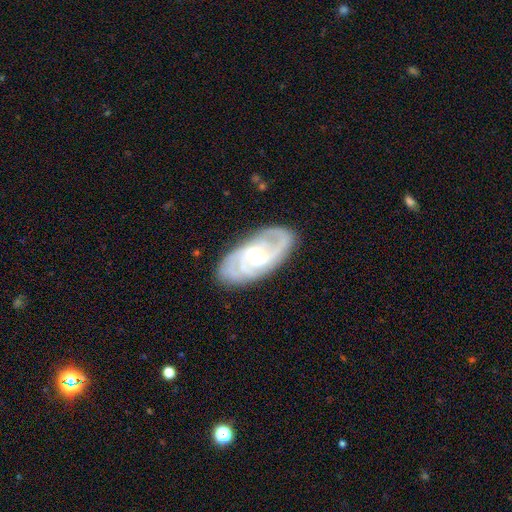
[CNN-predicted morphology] A featured or disk galaxy (88%) with no bar (45%), 3 (33%) tight (50%) spiral arms (97%) and a small central bulge (53%).

Vote fractions:
- Smooth or featured? featured or disk: 88% / smooth: 7% / star or artifact: 5%
- Edge-on disk? no: 95% / yes: 5%
- Bar? no: 45% / weak: 44% / strong: 11%
- Spiral arms? yes: 97% / no: 3%
- Spiral winding? tight: 50% / medium: 40% / loose: 10%
- Spiral arm count? 3: 33% / 2: 27% / can't tell: 18% / 4: 12% / more than 4: 5% / 1: 5%
- Bulge size? small: 53% / moderate: 42% / large: 2% / none: 1% / dominant: 1%
- Merging? none: 82% / minor disturbance: 13% / major disturbance: 4% / merger: 1%